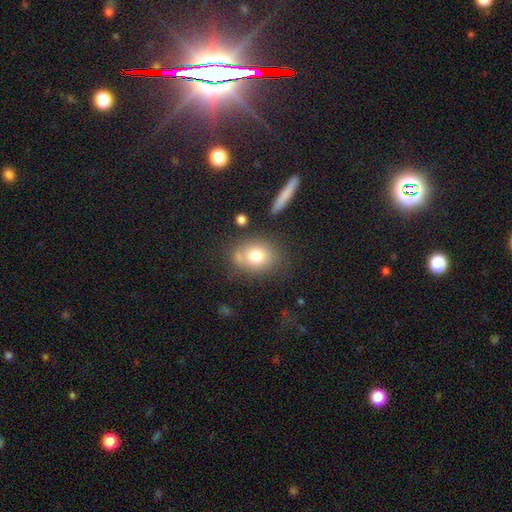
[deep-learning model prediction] Morphology: type=smooth (74%); roundness=round (51%); merging=none (66%).